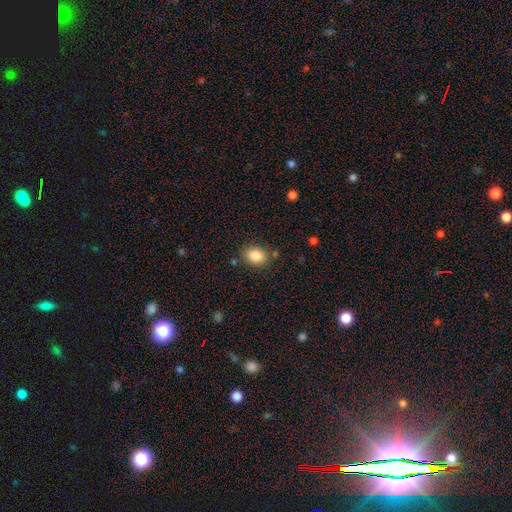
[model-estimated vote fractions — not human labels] A smooth galaxy with no disk features (86%) that is in between round and cigar-shaped (52%). Merging: none (81%).